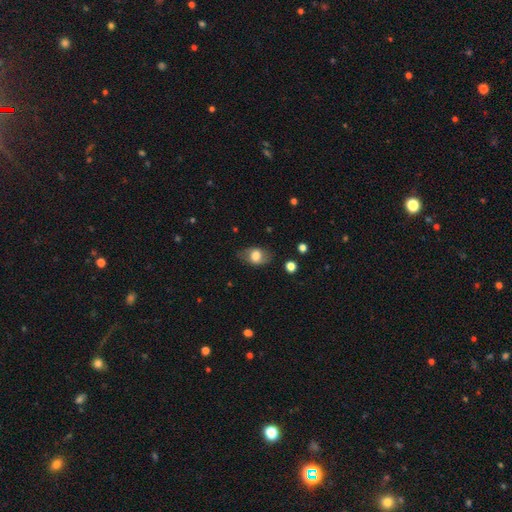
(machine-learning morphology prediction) Smooth or featured? Predicted: smooth (p=0.67). How rounded? Predicted: in between (p=0.79). Merging? Predicted: none (p=0.75).